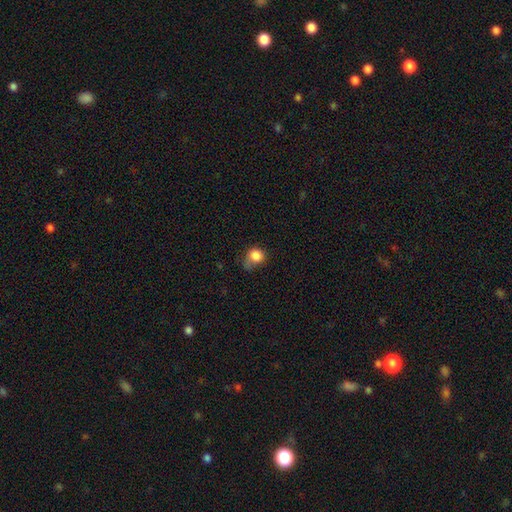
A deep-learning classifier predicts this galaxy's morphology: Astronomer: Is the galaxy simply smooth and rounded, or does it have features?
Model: smooth — 84%.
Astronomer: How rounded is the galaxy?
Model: round — 77%.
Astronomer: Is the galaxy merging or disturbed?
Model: none — 38% (runner-up: minor disturbance, 36%).